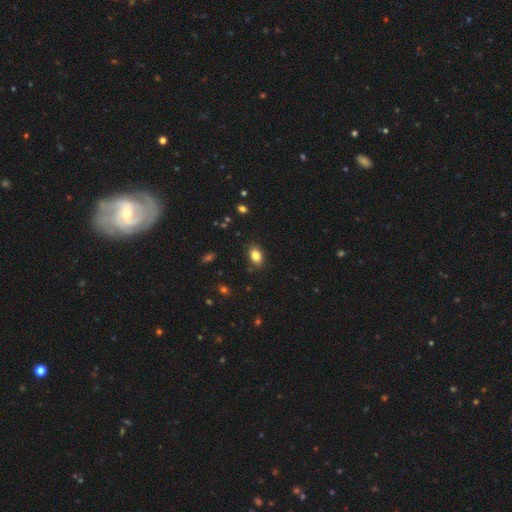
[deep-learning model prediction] A smooth galaxy with no disk features (84%) that is in between round and cigar-shaped (86%). Merging: none (86%).